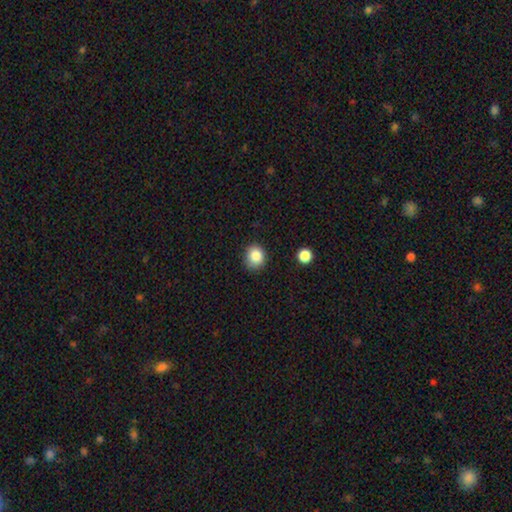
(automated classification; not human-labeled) smooth-or-featured: smooth: 85% | star or artifact: 10% | featured or disk: 5%
  how-rounded: round: 80% | in between: 19% | cigar-shaped: 1%
  merging: none: 84% | minor disturbance: 12% | major disturbance: 3% | merger: 2%